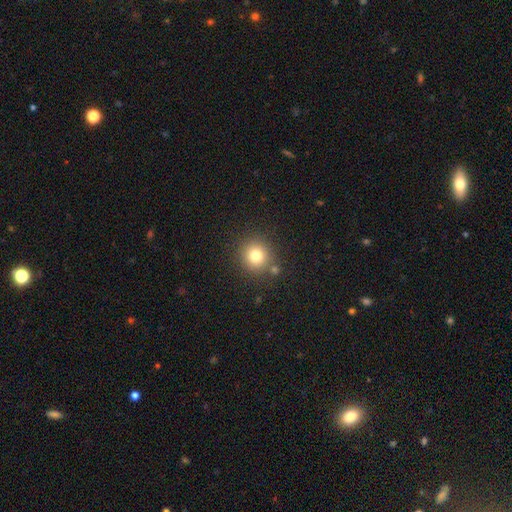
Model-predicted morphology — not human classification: A smooth galaxy with no disk features (78%) that is round (92%). Merging: none (81%).